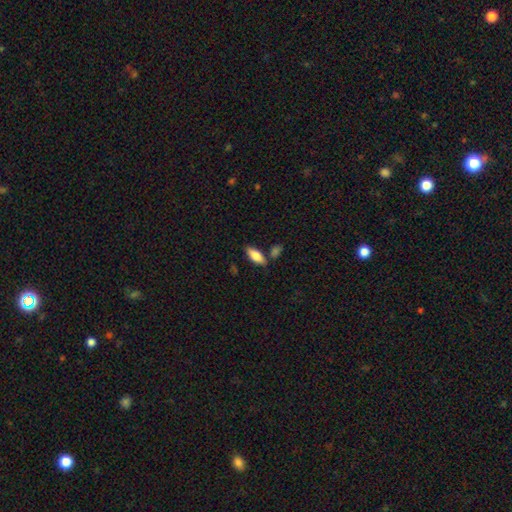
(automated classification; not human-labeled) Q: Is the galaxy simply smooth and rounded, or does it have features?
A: smooth — 79%.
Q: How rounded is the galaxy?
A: in between — 80%.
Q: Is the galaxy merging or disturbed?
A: none — 76%.